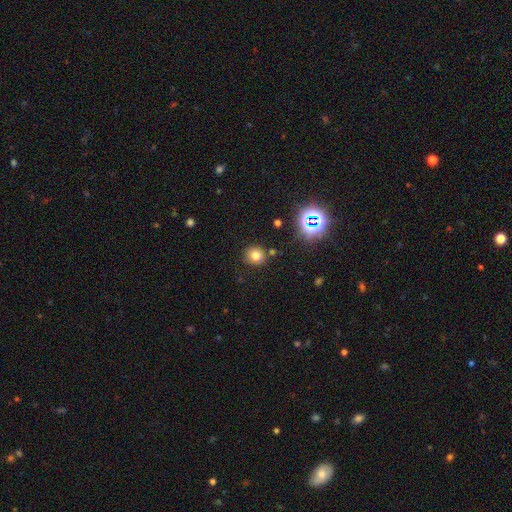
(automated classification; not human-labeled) Smooth or featured? smooth (73%)
How rounded? round (87%)
Merging? none (83%)